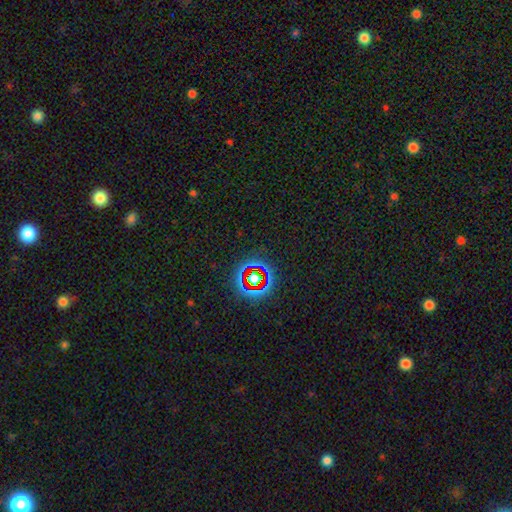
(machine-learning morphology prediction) star or artifact 59%, featured or disk 22%, smooth 19%.